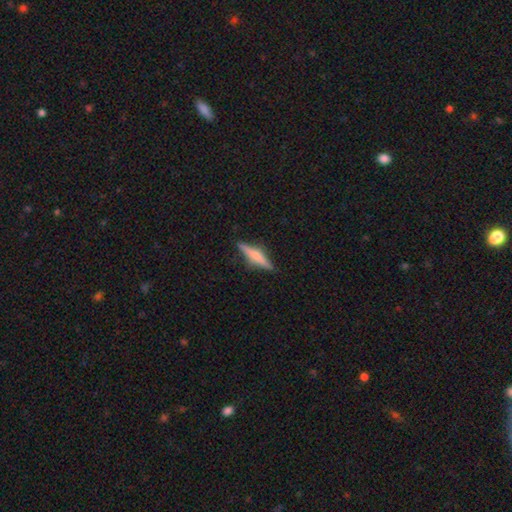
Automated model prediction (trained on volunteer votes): smooth_or_featured: featured or disk (p=0.55) [alt: smooth p=0.39]
disk_edge_on: yes (p=0.97) [alt: no p=0.03]
edge_on_bulge: rounded (p=0.74) [alt: boxy p=0.14]
merging: none (p=0.88) [alt: minor disturbance p=0.09]